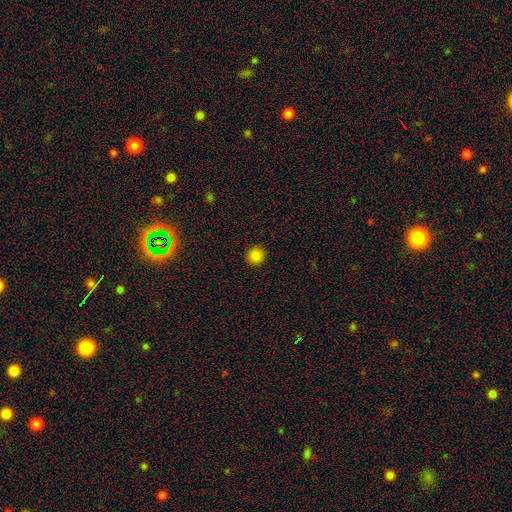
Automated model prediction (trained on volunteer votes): Smooth or featured? smooth (85%)
How rounded? round (94%)
Merging? none (93%)